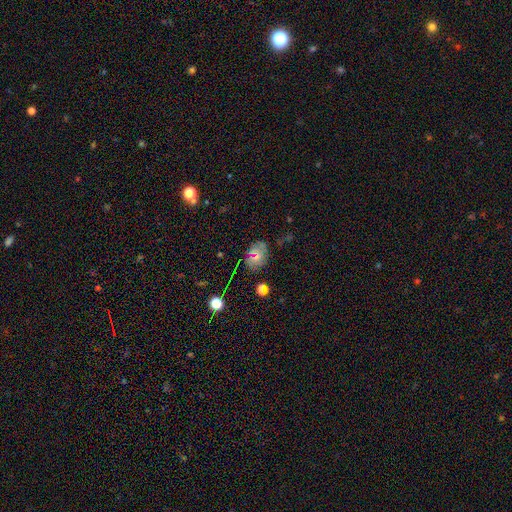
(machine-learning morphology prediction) This appears to be a smooth galaxy with no disk features (57%) that is in between round and cigar-shaped (63%). Merging: none (74%).